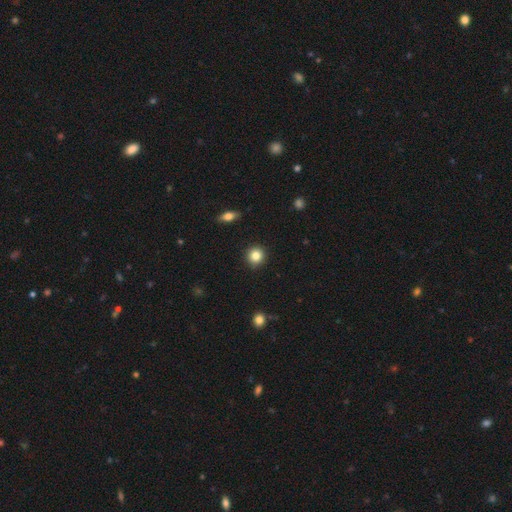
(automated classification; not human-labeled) Smooth or featured?
  - smooth: 84% *
  - star or artifact: 10%
  - featured or disk: 6%
How rounded?
  - round: 92% *
  - in between: 7%
  - cigar-shaped: 1%
Merging?
  - none: 92% *
  - minor disturbance: 6%
  - major disturbance: 2%
  - merger: 1%